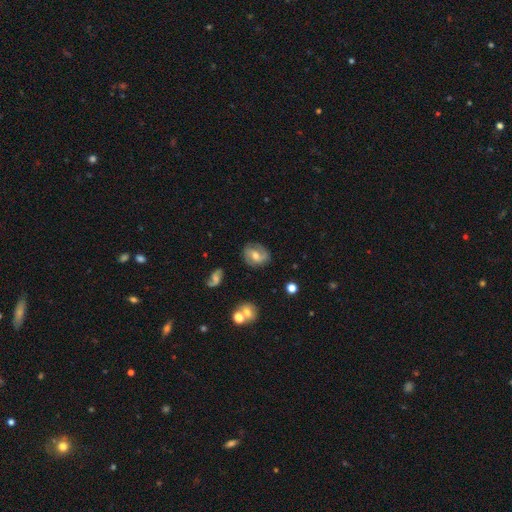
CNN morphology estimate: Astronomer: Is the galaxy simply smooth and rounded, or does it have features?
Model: featured or disk — 62%.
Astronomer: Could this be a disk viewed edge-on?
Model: no — 96%.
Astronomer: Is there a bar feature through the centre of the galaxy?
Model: weak — 47% (runner-up: no, 35%).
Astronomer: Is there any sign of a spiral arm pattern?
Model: yes — 84%.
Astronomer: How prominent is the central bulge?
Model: moderate — 68%.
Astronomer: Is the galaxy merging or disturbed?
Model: none — 76%.